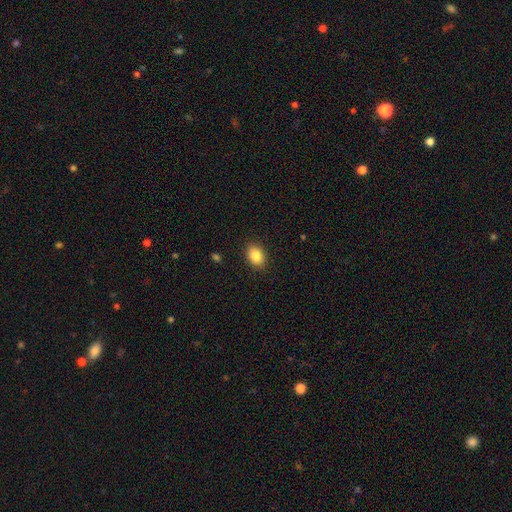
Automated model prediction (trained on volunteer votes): This is clearly a smooth galaxy (86%). How rounded: likely in between (76%). Merging: clearly none (89%).